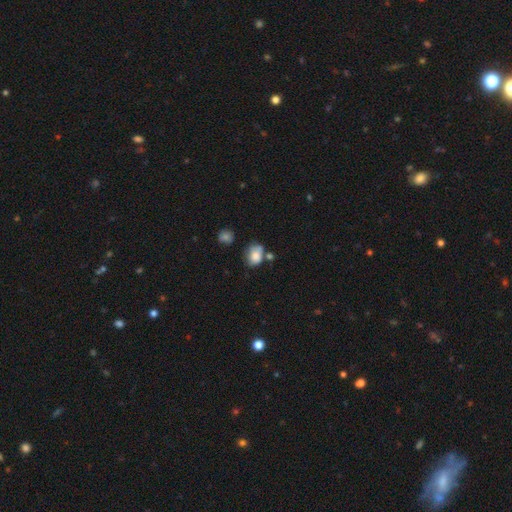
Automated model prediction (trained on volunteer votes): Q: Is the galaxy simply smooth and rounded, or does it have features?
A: smooth — 74%.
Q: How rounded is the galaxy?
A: in between — 61%.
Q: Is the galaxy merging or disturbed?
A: none — 38%.